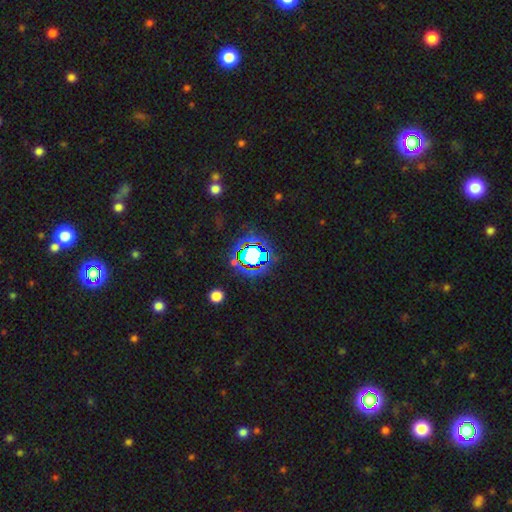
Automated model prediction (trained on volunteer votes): Q: Smooth or featured?
A: star or artifact (66%); runner-up: smooth (21%)